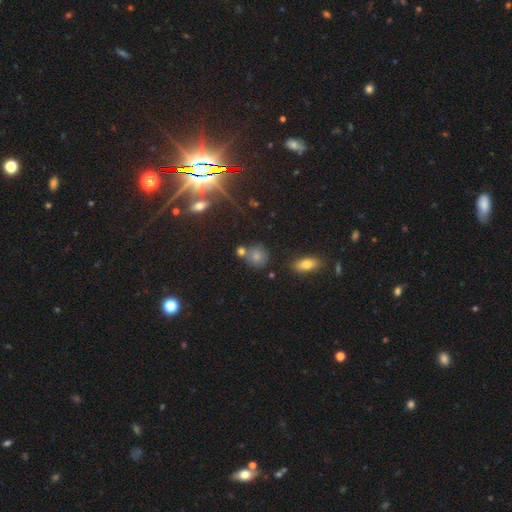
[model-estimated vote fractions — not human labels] Smooth or featured?
  - smooth: 73% *
  - star or artifact: 17%
  - featured or disk: 10%
How rounded?
  - round: 79% *
  - in between: 20%
  - cigar-shaped: 2%
Merging?
  - none: 64% *
  - merger: 18%
  - minor disturbance: 13%
  - major disturbance: 4%